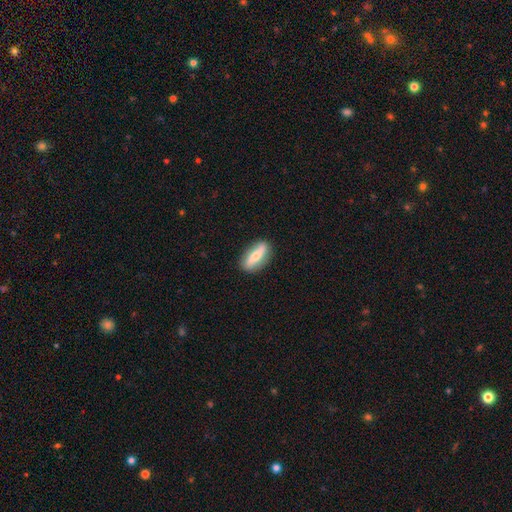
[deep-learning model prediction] Smooth or featured? Predicted: smooth (p=0.48). Merging? Predicted: none (p=0.86).